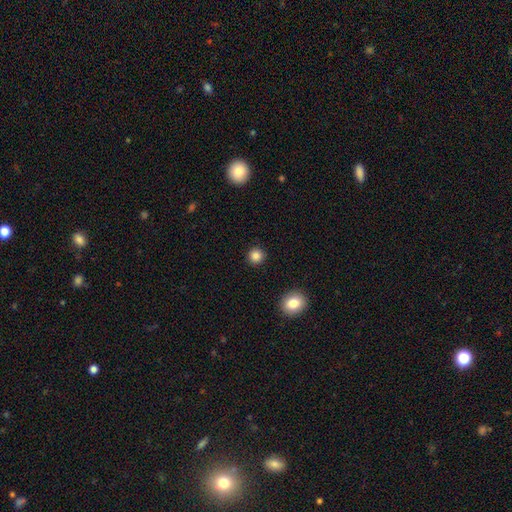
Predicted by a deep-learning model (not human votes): A smooth galaxy with no disk features (85%) that is round (94%). Merging: none (92%).